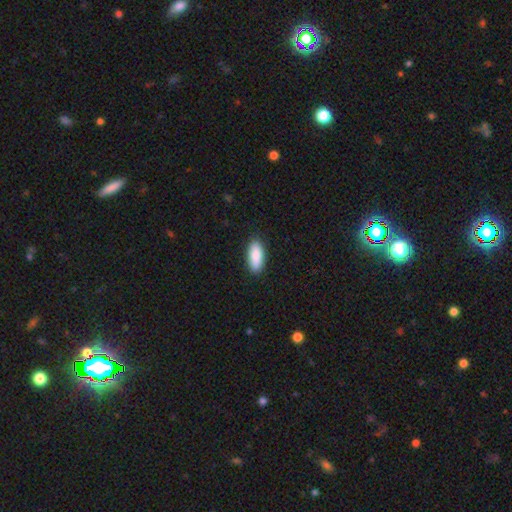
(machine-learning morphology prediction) Smooth or featured: smooth — 88% (featured or disk — 6%)
How rounded: in between — 82% (cigar-shaped — 16%)
Merging: none — 89% (minor disturbance — 8%)